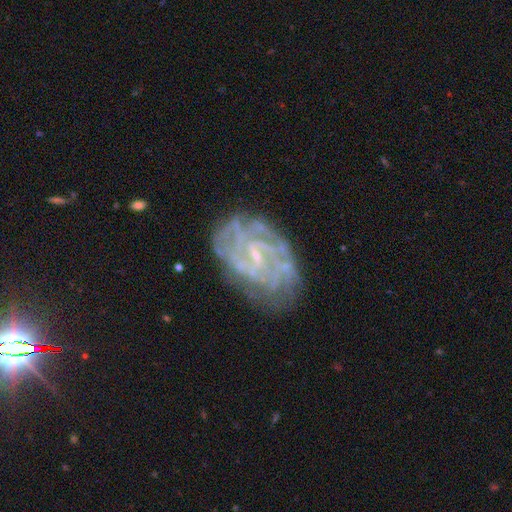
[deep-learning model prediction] Smooth or featured? featured or disk (84%)
Edge-on disk? no (97%)
Bar? weak (54%)
Spiral arms? yes (88%)
Spiral winding? tight (60%)
Spiral arm count? can't tell (43%)
Bulge size? small (69%)
Merging? none (68%)